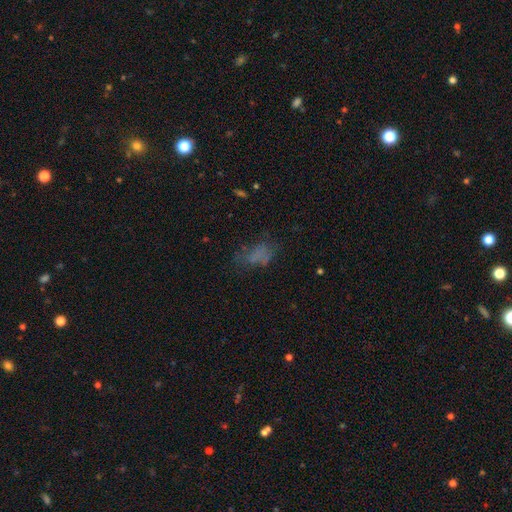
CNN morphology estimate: smooth-or-featured: smooth: 56% | featured or disk: 23% | star or artifact: 21%
  how-rounded: in between: 84% | round: 10% | cigar-shaped: 6%
  merging: none: 50% | major disturbance: 24% | minor disturbance: 22% | merger: 3%